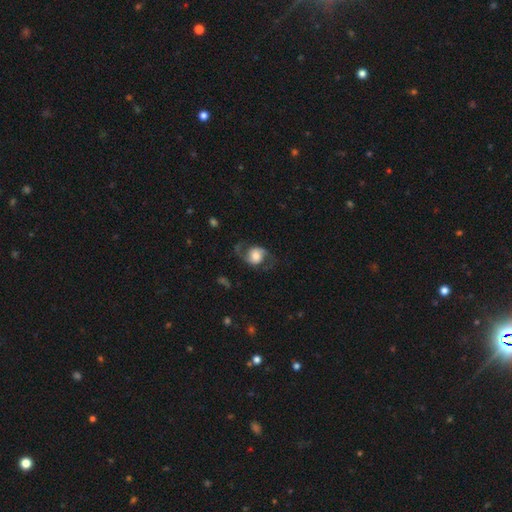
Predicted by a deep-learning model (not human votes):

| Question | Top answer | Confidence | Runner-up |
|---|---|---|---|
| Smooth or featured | featured or disk | 67% | smooth (26%) |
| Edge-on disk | no | 97% | yes (3%) |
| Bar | no | 64% | weak (28%) |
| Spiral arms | yes | 90% | no (10%) |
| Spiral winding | loose | 52% | medium (39%) |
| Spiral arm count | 2 | 89% | 1 (5%) |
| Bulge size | moderate | 39% | large (36%) |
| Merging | none | 65% | minor disturbance (17%) |